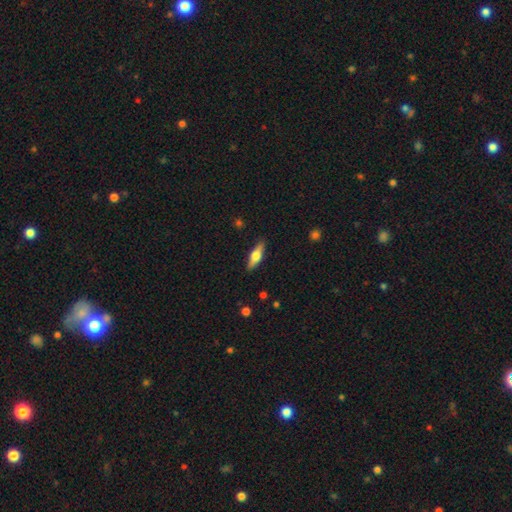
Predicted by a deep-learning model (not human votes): featured or disk 47% (tied), smooth 47% (tied), star or artifact 6%. Down the decision tree: merging — none (88%).